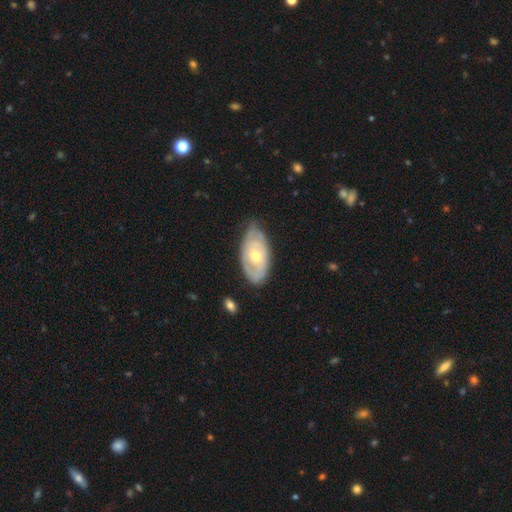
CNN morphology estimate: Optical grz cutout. It shows a featured or disk galaxy (70%) with no bar (72%), spiral arms (69%) and a moderate central bulge (64%). Merging: none (66%).